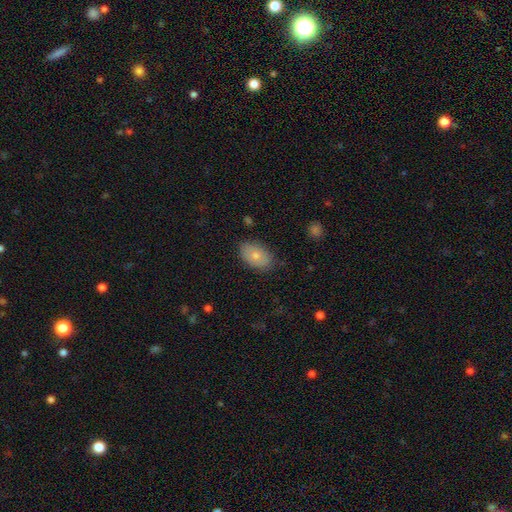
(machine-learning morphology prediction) Smooth or featured: smooth — 73% (featured or disk — 20%)
How rounded: in between — 88% (round — 11%)
Merging: none — 82% (minor disturbance — 14%)